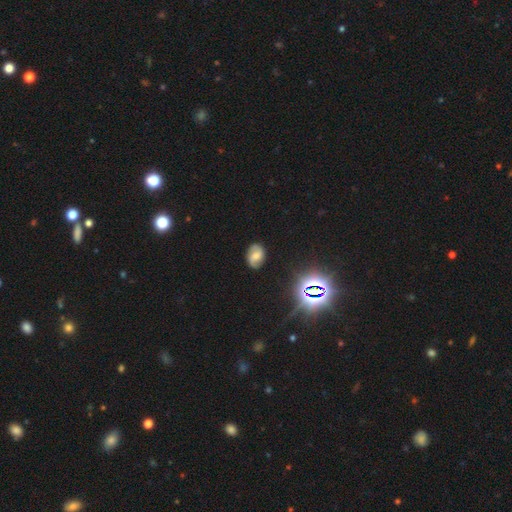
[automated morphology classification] This appears to be a featured or disk galaxy (50%). Merging: none (81%).